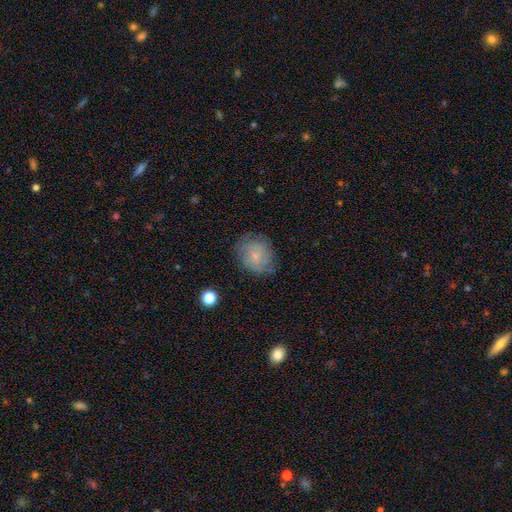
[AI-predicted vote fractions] Smooth or featured: smooth — 59% (featured or disk — 31%)
How rounded: round — 65% (in between — 34%)
Merging: none — 71% (minor disturbance — 21%)